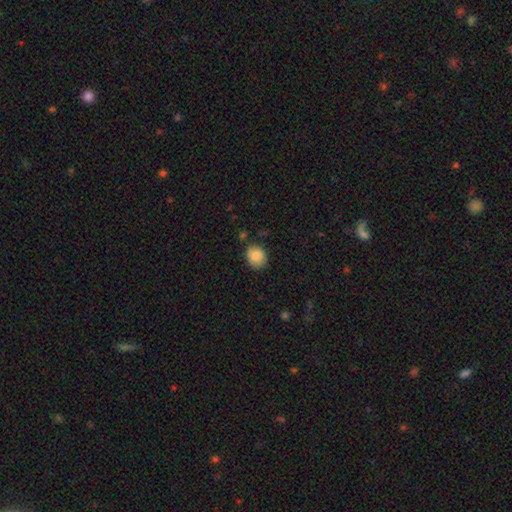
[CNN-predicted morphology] smooth_or_featured: smooth (p=0.86) [alt: star or artifact p=0.08]
how_rounded: round (p=0.60) [alt: in between p=0.39]
merging: none (p=0.78) [alt: minor disturbance p=0.16]